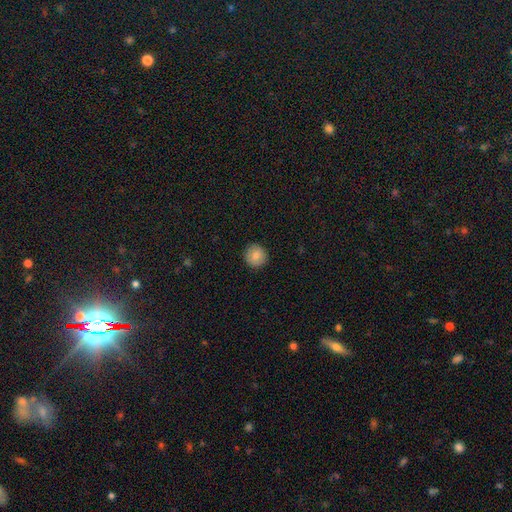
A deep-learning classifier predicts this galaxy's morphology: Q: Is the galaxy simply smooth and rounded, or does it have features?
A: smooth — 82%.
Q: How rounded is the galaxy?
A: round — 93%.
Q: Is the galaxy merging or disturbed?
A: none — 91%.